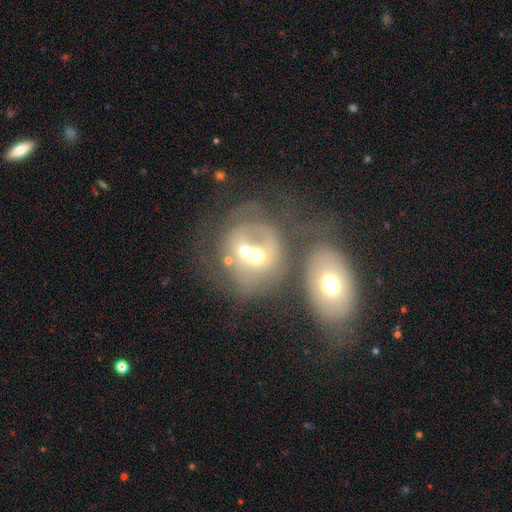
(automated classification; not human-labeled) This is possibly a featured or disk galaxy (53%). It is clearly not viewed edge-on (95%). Bar: clearly no (85%). Spiral arm pattern: likely no (71%). Central bulge: possibly moderate (58%). Merging: possibly merger (59%).